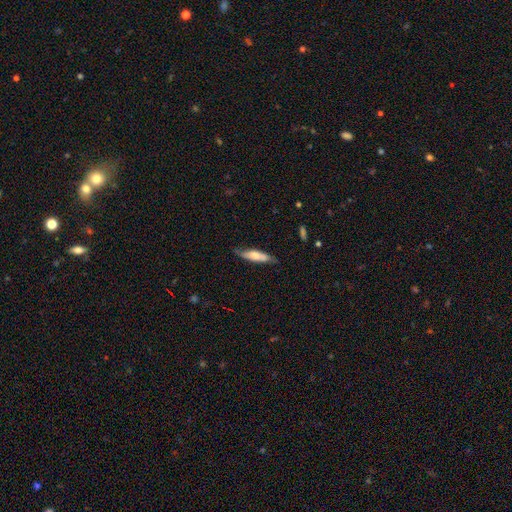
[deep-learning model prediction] smooth 54%, featured or disk 40%, star or artifact 6%. Down the decision tree: how rounded — cigar-shaped (70%); merging — none (72%).